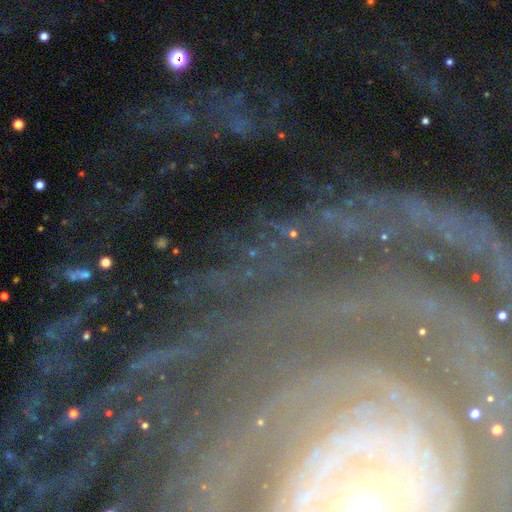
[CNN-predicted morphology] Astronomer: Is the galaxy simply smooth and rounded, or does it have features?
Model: featured or disk — 45% (runner-up: star or artifact, 42%).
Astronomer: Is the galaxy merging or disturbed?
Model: none — 73%.